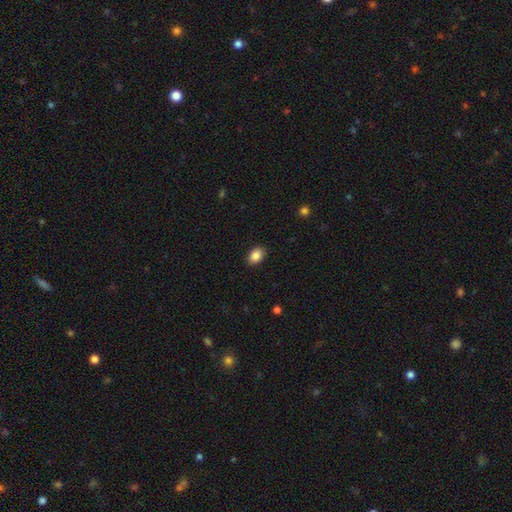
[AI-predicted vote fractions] The model was most divided on "how rounded": in between: 80%, round: 19%, cigar-shaped: 1%. More confident: merging — none (89%); smooth or featured — smooth (87%).